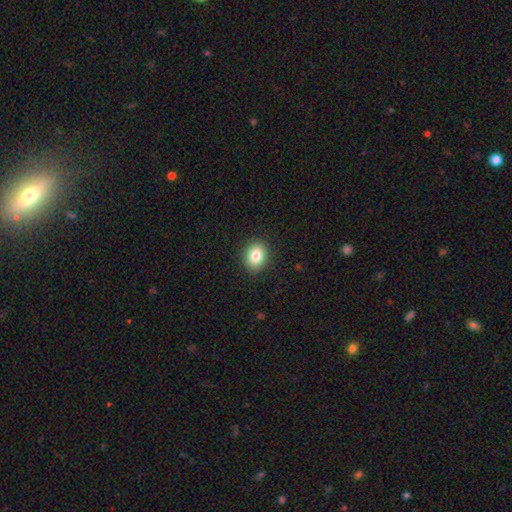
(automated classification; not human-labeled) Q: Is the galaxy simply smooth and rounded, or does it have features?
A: smooth — 83%.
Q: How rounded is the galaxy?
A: round — 56%.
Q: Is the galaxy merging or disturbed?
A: none — 90%.